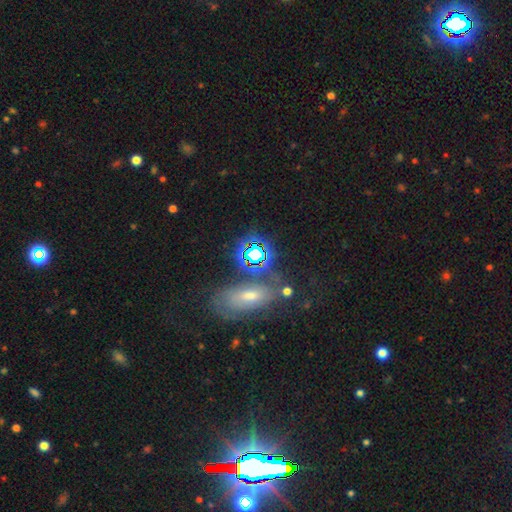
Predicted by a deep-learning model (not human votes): Morphology: type=star or artifact (57%).